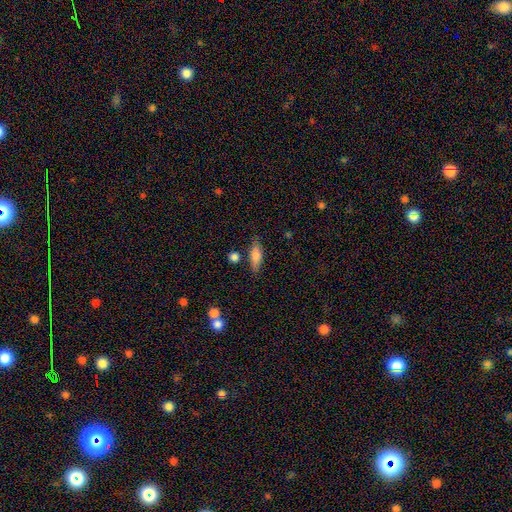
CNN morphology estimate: Overall: smooth (76%). How rounded: in between (56%; cigar-shaped 41%). Merging: none (75%).